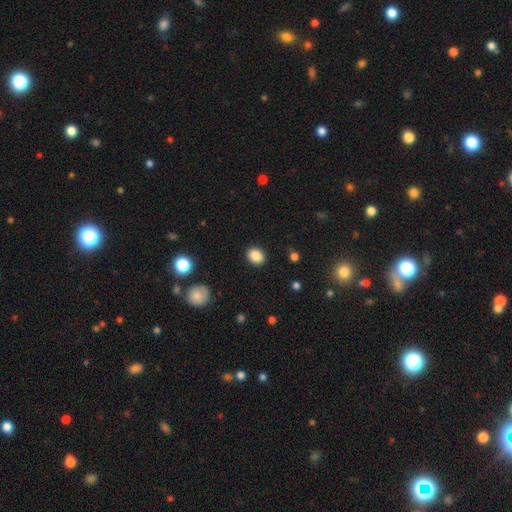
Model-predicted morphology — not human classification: Smooth or featured? smooth (87%)
How rounded? round (53%)
Merging? none (90%)